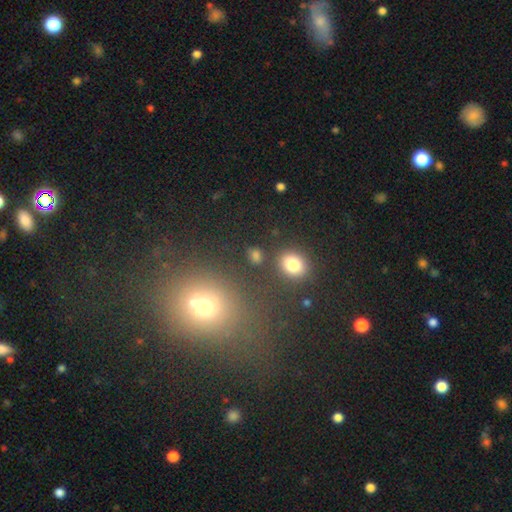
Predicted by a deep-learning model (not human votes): The model was most divided on "how rounded": round: 58%, in between: 41%, cigar-shaped: 2%. More confident: merging — none (82%); smooth or featured — smooth (77%).